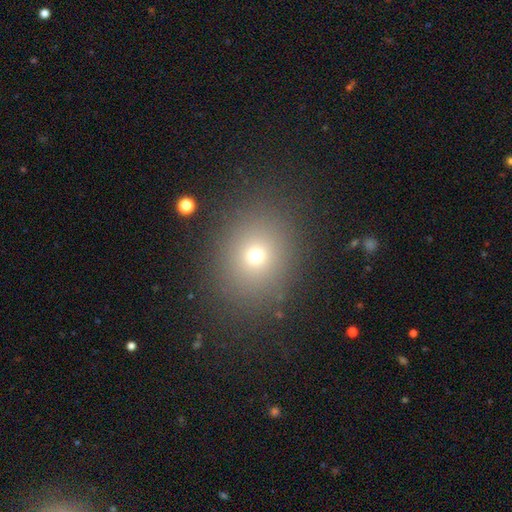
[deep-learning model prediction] Smooth or featured?
  - smooth: 69% *
  - star or artifact: 20%
  - featured or disk: 11%
How rounded?
  - round: 71% *
  - in between: 28%
  - cigar-shaped: 1%
Merging?
  - none: 86% *
  - minor disturbance: 8%
  - major disturbance: 5%
  - merger: 2%